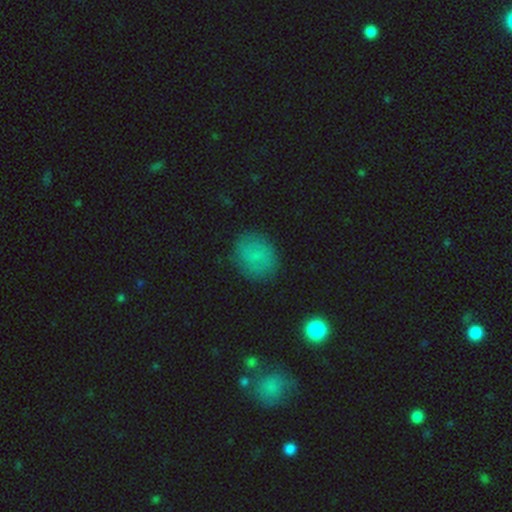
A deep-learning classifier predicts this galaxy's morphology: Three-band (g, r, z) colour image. It shows a smooth galaxy with no disk features (75%) that is round (56%). Merging: none (81%).